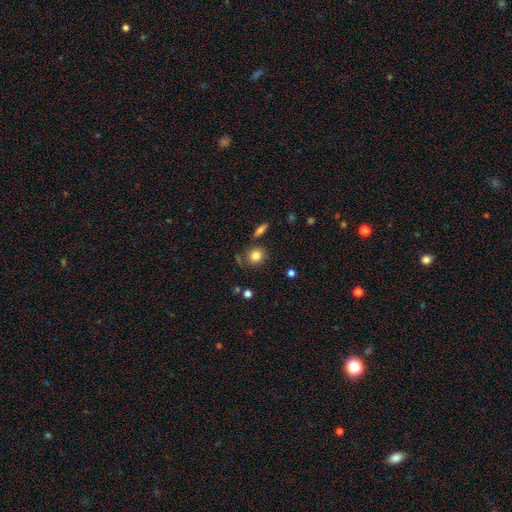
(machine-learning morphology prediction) Smooth or featured? Predicted: smooth (p=0.83). How rounded? Predicted: round (p=0.83). Merging? Predicted: none (p=0.75).